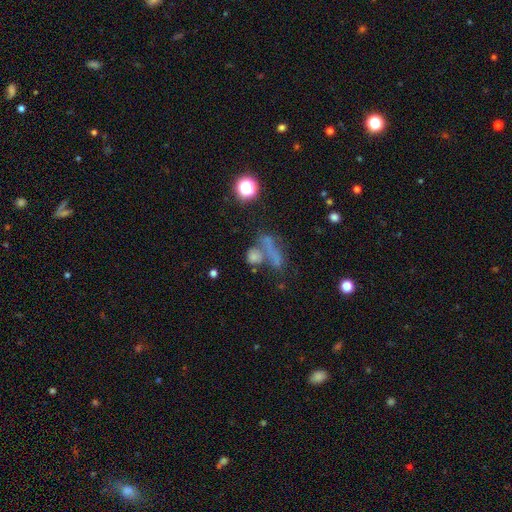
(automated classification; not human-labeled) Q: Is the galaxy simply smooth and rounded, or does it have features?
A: smooth — 64%.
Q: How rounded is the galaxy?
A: round — 59%.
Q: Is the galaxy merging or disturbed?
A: none — 40%.